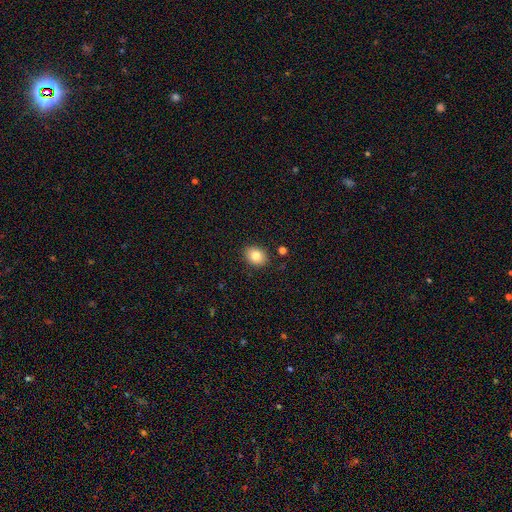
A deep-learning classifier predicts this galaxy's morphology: The model was most divided on "how rounded": in between: 51%, round: 48%, cigar-shaped: 1%. More confident: merging — none (88%); smooth or featured — smooth (82%).